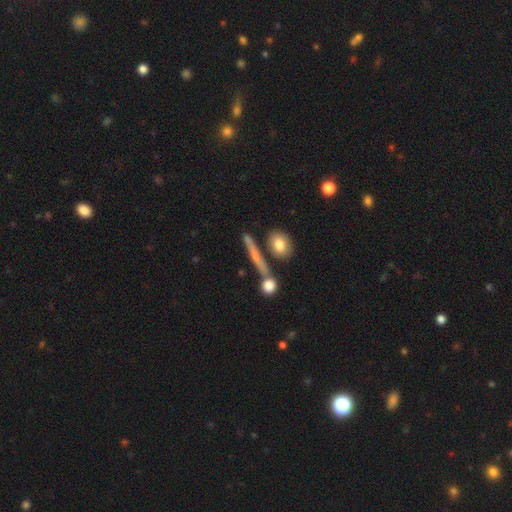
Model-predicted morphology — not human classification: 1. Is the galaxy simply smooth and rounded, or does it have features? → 55% smooth, 33% featured or disk, 12% star or artifact.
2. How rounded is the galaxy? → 64% cigar-shaped, 19% round, 17% in between.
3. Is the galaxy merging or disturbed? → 72% none, 12% minor disturbance, 12% merger, 5% major disturbance.